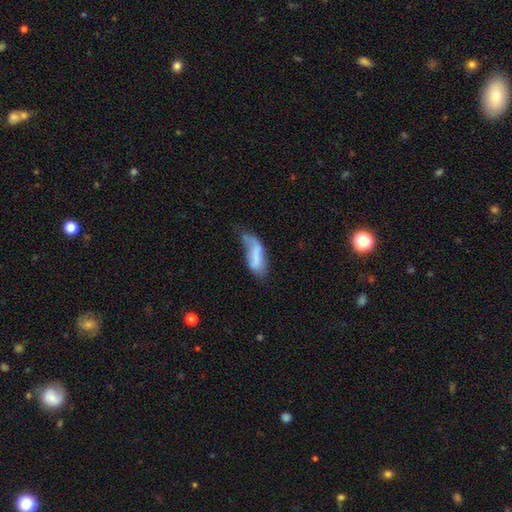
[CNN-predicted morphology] A smooth galaxy with no disk features (65%) that is in between round and cigar-shaped (75%).

Vote fractions:
- Smooth or featured? smooth: 65% / featured or disk: 27% / star or artifact: 8%
- How rounded? in between: 75% / cigar-shaped: 23% / round: 2%
- Merging? minor disturbance: 36% / major disturbance: 32% / none: 24% / merger: 8%